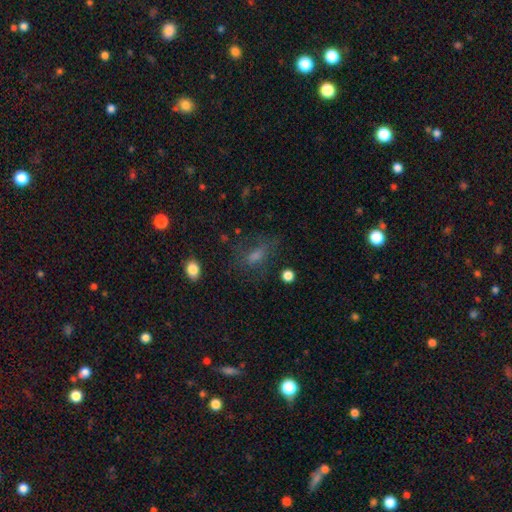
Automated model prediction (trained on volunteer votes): smooth_or_featured: smooth (p=0.58) [alt: featured or disk p=0.24]
how_rounded: in between (p=0.72) [alt: round p=0.16]
merging: none (p=0.55) [alt: major disturbance p=0.22]